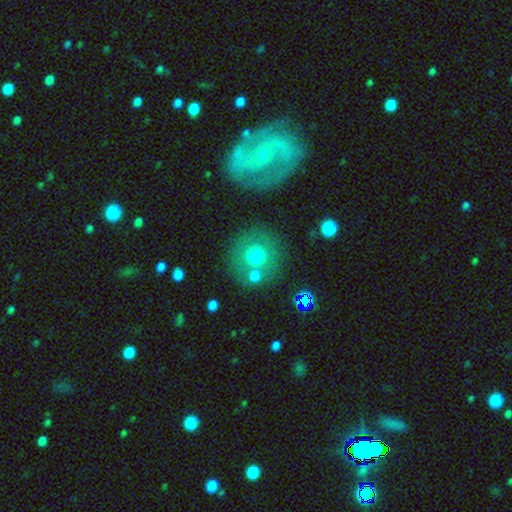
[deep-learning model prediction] The model was most divided on "smooth or featured": smooth: 67%, featured or disk: 19%, star or artifact: 13%. More confident: how rounded — round (92%); merging — none (70%).